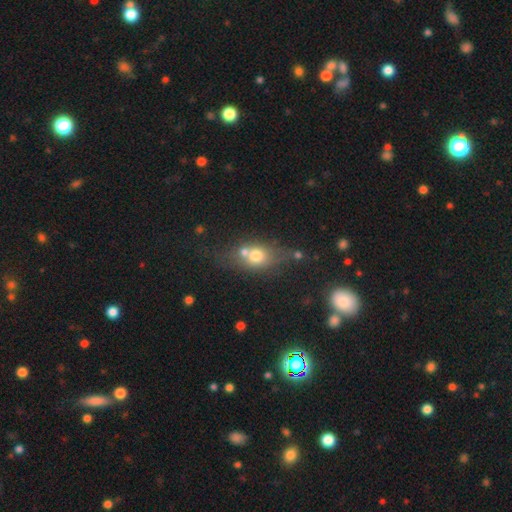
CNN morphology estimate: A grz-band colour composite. It shows a smooth galaxy with no disk features (64%) that is in between round and cigar-shaped (54%). Merging: none (44%).